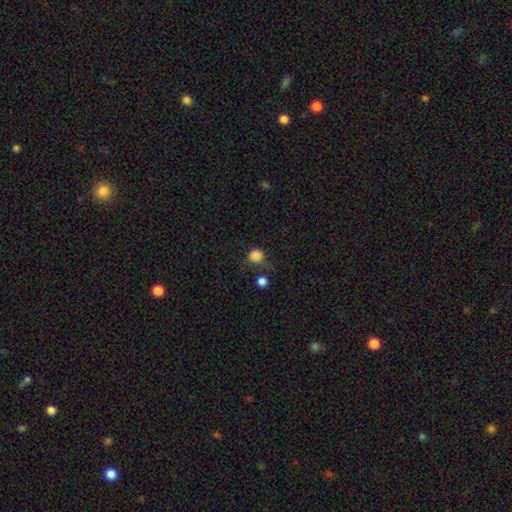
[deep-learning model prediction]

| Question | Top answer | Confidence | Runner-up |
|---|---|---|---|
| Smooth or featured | smooth | 82% | star or artifact (12%) |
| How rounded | round | 84% | in between (15%) |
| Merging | none | 54% | minor disturbance (21%) |